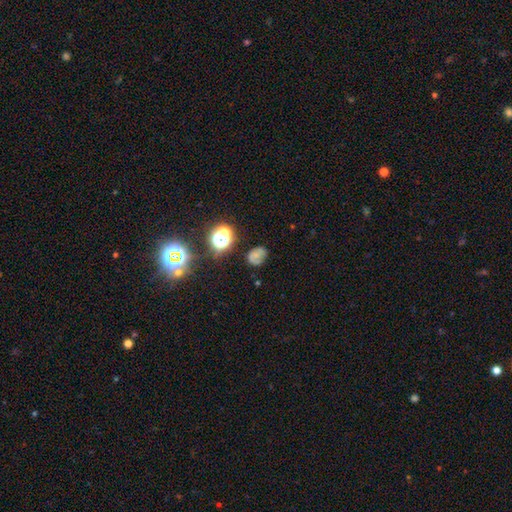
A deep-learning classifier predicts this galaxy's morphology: This is possibly a smooth galaxy (51%). How rounded: possibly in between (58%). Merging: possibly none (60%).